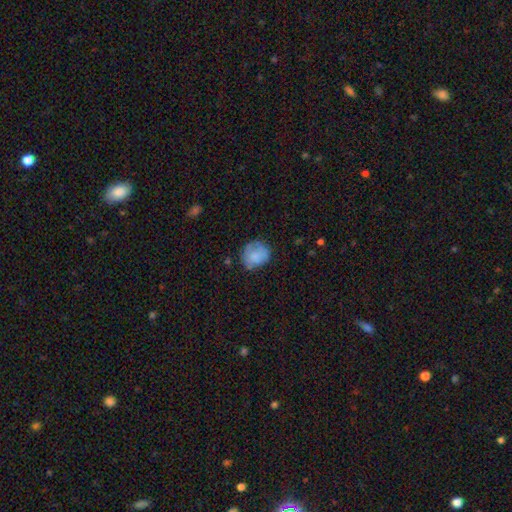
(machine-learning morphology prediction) A smooth galaxy with no disk features (74%) that is round (78%). Merging: none (65%).